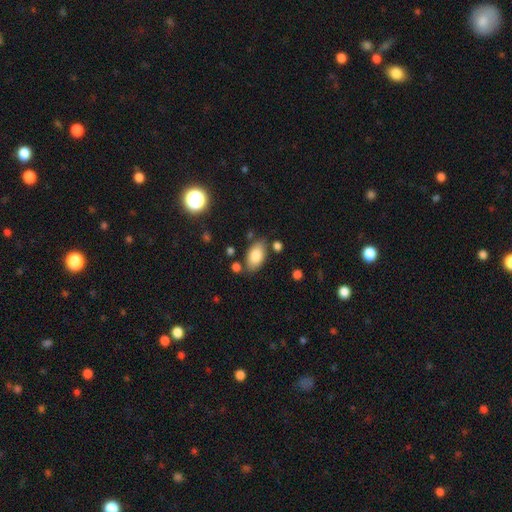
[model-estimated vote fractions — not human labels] smooth 82%, featured or disk 10%, star or artifact 8%. Down the decision tree: how rounded — in between (93%); merging — none (77%).